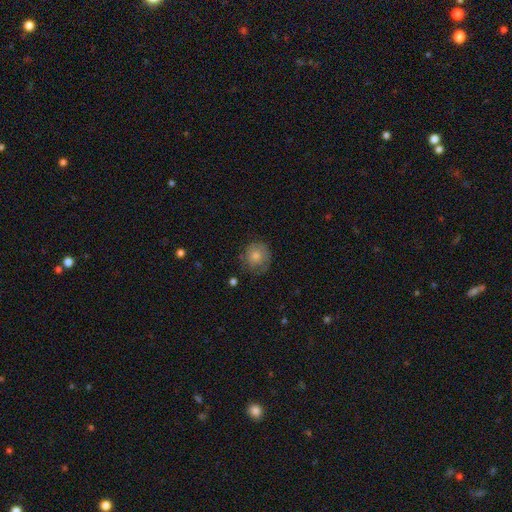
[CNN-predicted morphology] Q: Smooth or featured?
A: smooth (59%); runner-up: featured or disk (31%)
Q: How rounded?
A: round (85%); runner-up: in between (14%)
Q: Merging?
A: none (73%); runner-up: minor disturbance (19%)